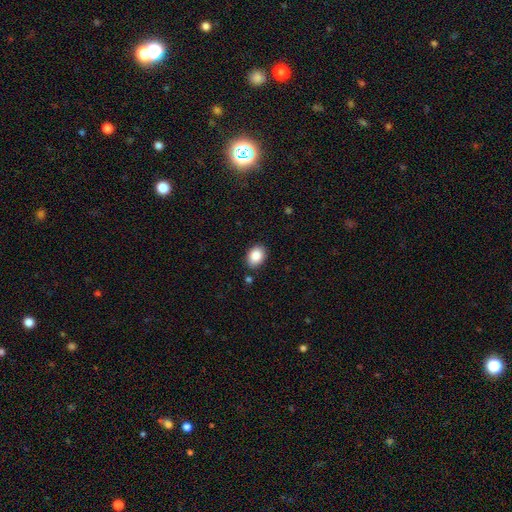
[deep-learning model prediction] The model was most divided on "how rounded": in between: 74%, round: 25%, cigar-shaped: 1%. More confident: smooth or featured — smooth (88%); merging — none (85%).